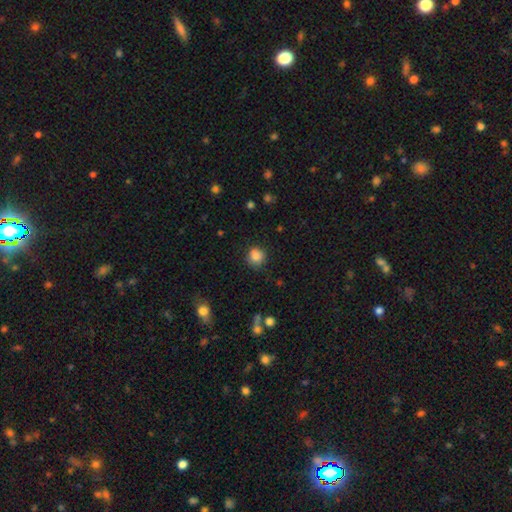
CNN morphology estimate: Smooth or featured: smooth — 85% (star or artifact — 10%)
How rounded: round — 92% (in between — 7%)
Merging: none — 84% (minor disturbance — 11%)